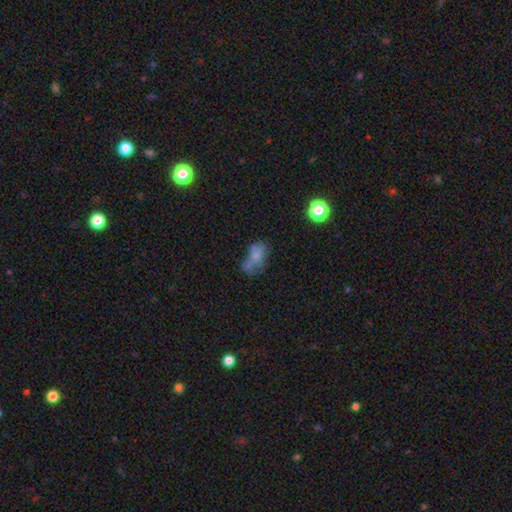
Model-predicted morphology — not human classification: Smooth or featured? smooth (55%)
How rounded? in between (81%)
Merging? none (32%)